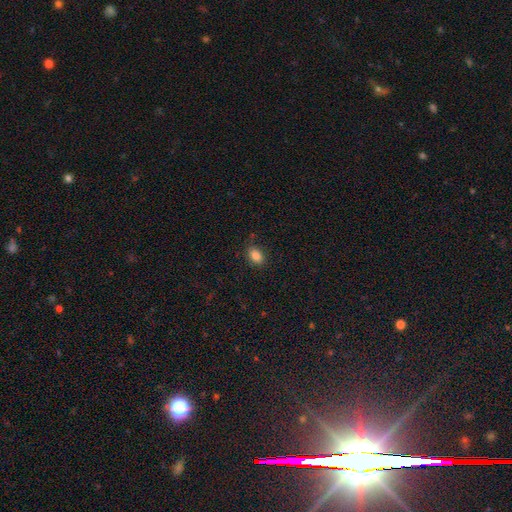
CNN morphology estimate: Q: Smooth or featured?
A: smooth (84%); runner-up: star or artifact (10%)
Q: How rounded?
A: in between (80%); runner-up: round (18%)
Q: Merging?
A: none (85%); runner-up: minor disturbance (11%)